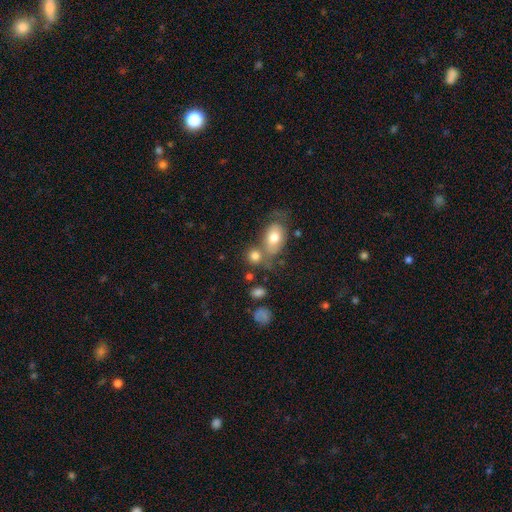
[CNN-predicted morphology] This is likely a smooth galaxy (73%). How rounded: possibly in between (51%). Merging: possibly none (46%).